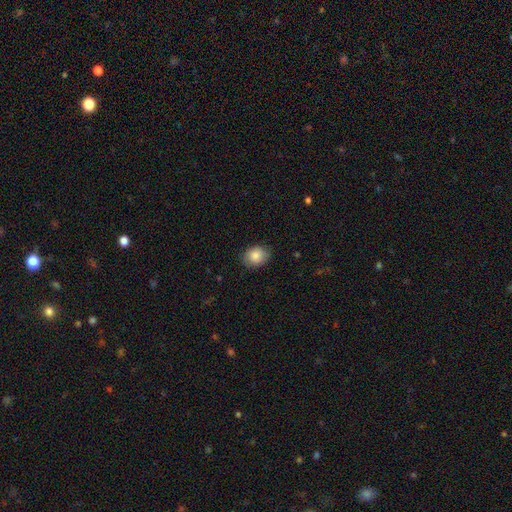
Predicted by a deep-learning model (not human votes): Overall: smooth (84%). How rounded: in between (51%; round 48%). Merging: none (81%).